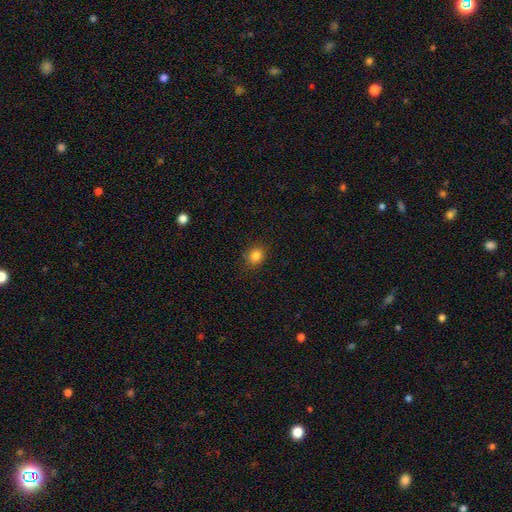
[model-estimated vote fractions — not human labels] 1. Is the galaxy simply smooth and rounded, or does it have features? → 84% smooth, 11% star or artifact, 5% featured or disk.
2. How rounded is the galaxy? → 58% round, 41% in between, 1% cigar-shaped.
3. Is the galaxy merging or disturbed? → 85% none, 11% minor disturbance, 3% major disturbance, 1% merger.